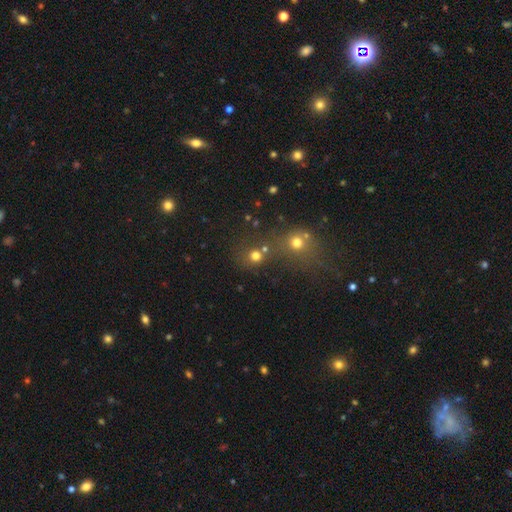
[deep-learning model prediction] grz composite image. It shows a smooth galaxy with no disk features (71%) that is round (88%). Merging: none (56%).